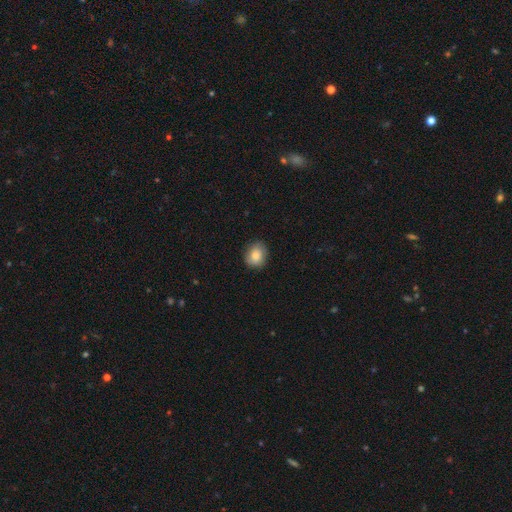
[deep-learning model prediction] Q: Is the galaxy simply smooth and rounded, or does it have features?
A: smooth — 85%.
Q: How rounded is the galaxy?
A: round — 59%.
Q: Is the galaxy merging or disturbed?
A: none — 84%.